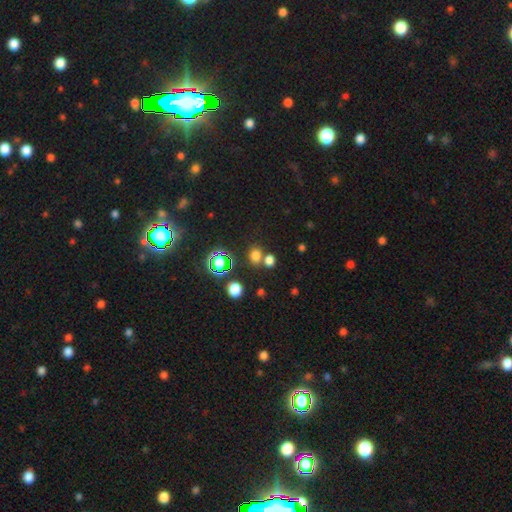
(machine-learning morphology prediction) smooth 65%, star or artifact 28%, featured or disk 7%. Down the decision tree: how rounded — round (63%); merging — none (63%).